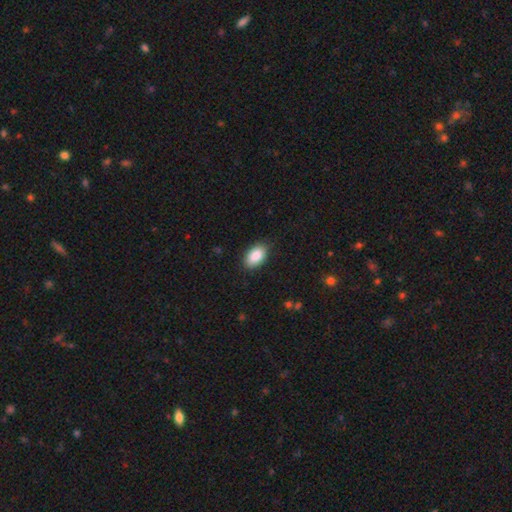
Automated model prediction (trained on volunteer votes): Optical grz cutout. It shows a smooth galaxy with no disk features (88%) that is in between round and cigar-shaped (93%). Merging: none (86%).